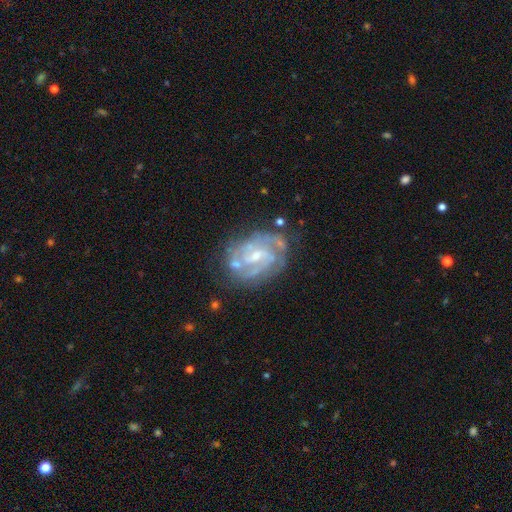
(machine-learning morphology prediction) Smooth or featured? featured or disk (87%)
Edge-on disk? no (97%)
Bar? weak (54%)
Spiral arms? yes (95%)
Spiral winding? tight (51%)
Spiral arm count? 2 (45%)
Bulge size? small (56%)
Merging? none (66%)